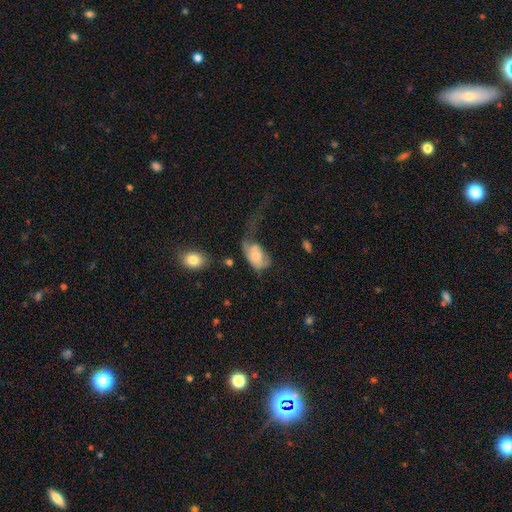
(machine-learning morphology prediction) Smooth or featured?
  - smooth: 58% *
  - featured or disk: 35%
  - star or artifact: 8%
How rounded?
  - in between: 88% *
  - round: 10%
  - cigar-shaped: 2%
Merging?
  - major disturbance: 54% *
  - minor disturbance: 20%
  - none: 17%
  - merger: 9%